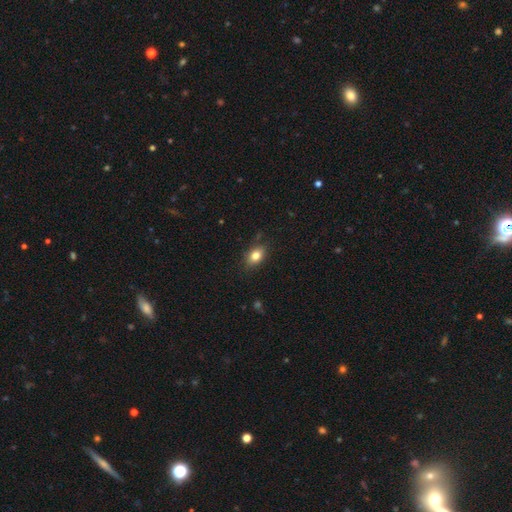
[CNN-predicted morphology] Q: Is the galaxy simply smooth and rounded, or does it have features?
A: smooth — 81%.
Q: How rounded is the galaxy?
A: in between — 77%.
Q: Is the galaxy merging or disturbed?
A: none — 83%.